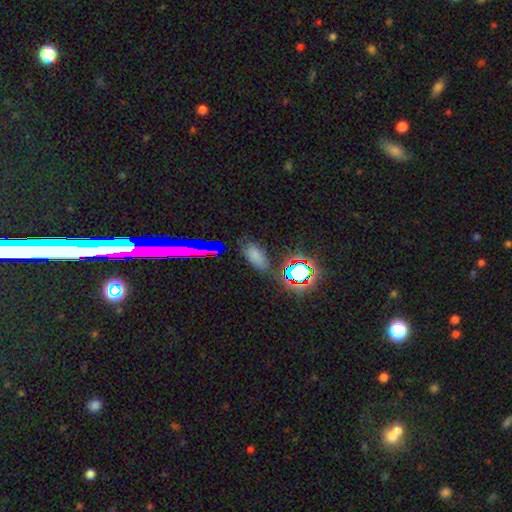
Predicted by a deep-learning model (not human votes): Smooth or featured: smooth — 63% (star or artifact — 27%)
How rounded: in between — 89% (cigar-shaped — 6%)
Merging: none — 73% (minor disturbance — 18%)